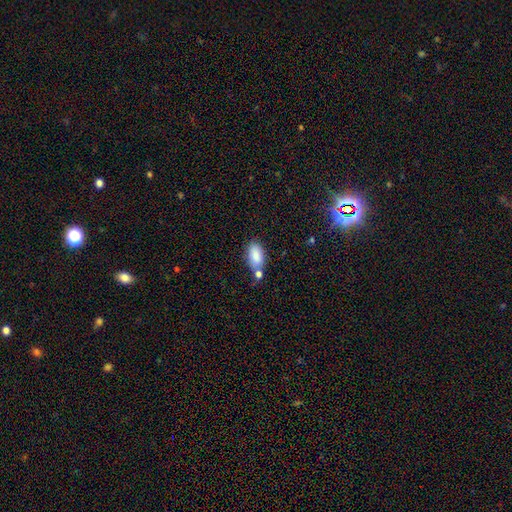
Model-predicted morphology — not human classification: This appears to be a smooth galaxy with no disk features (85%) that is in between round and cigar-shaped (93%). Merging: none (55%).